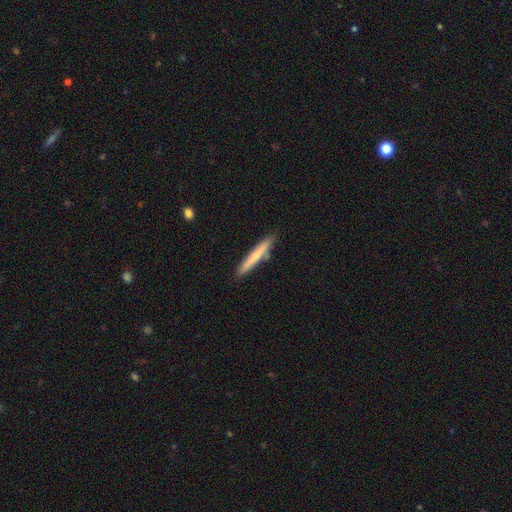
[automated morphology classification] The model was most divided on "smooth or featured": smooth: 60%, featured or disk: 34%, star or artifact: 6%. More confident: how rounded — cigar-shaped (95%); merging — none (86%).